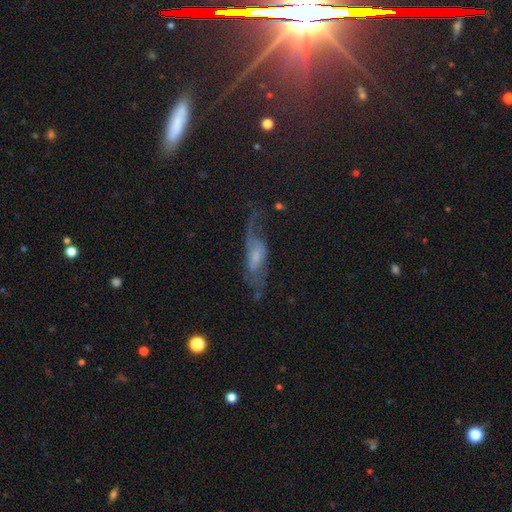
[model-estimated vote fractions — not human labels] Smooth or featured: featured or disk — 66% (smooth — 23%)
Edge-on disk: no — 80% (yes — 20%)
Bar: no — 54% (weak — 37%)
Spiral arms: yes — 80% (no — 20%)
Bulge size: small — 40% (moderate — 37%)
Merging: none — 46% (major disturbance — 29%)